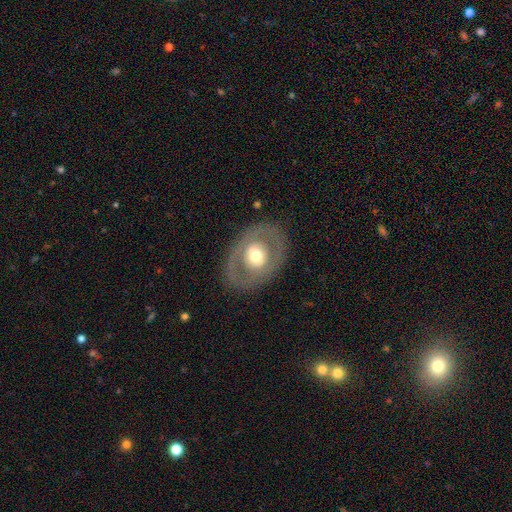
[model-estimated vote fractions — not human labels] Q: Smooth or featured?
A: featured or disk (55%); runner-up: smooth (39%)
Q: Edge-on disk?
A: no (91%); runner-up: yes (9%)
Q: Bar?
A: no (81%); runner-up: weak (14%)
Q: Spiral arms?
A: no (88%); runner-up: yes (12%)
Q: Bulge size?
A: moderate (62%); runner-up: large (25%)
Q: Merging?
A: none (81%); runner-up: minor disturbance (11%)